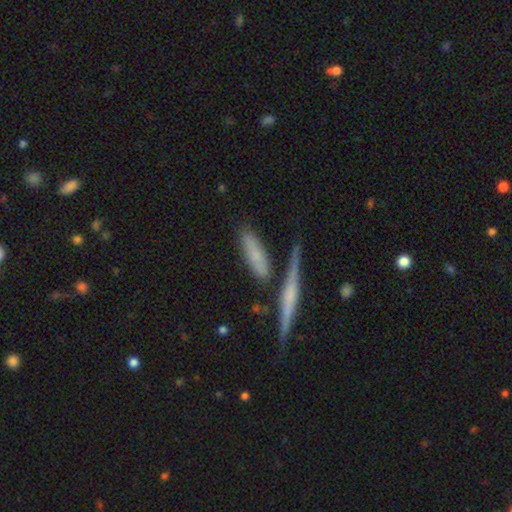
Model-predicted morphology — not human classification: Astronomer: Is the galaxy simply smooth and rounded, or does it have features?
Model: smooth — 61%.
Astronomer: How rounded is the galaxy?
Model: cigar-shaped — 55% (runner-up: in between, 42%).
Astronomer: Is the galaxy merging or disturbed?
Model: none — 64%.